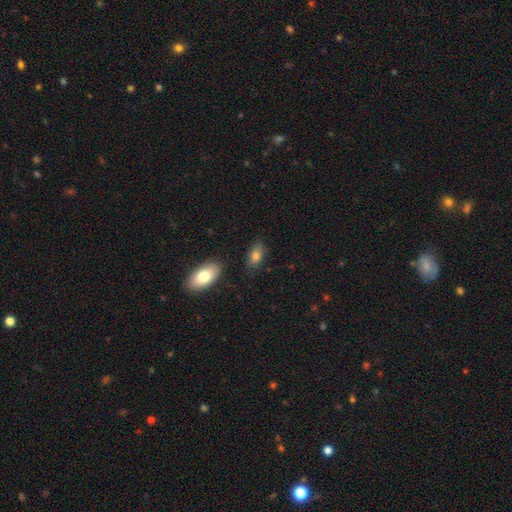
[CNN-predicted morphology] smooth_or_featured: smooth (p=0.79) [alt: featured or disk p=0.12]
how_rounded: in between (p=0.89) [alt: round p=0.06]
merging: none (p=0.77) [alt: minor disturbance p=0.15]